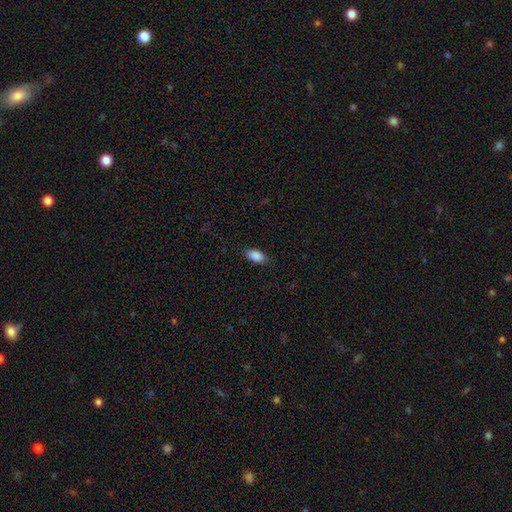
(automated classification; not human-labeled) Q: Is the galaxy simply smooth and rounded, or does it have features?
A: smooth — 88%.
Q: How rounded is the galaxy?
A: in between — 91%.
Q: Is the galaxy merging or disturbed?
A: none — 85%.